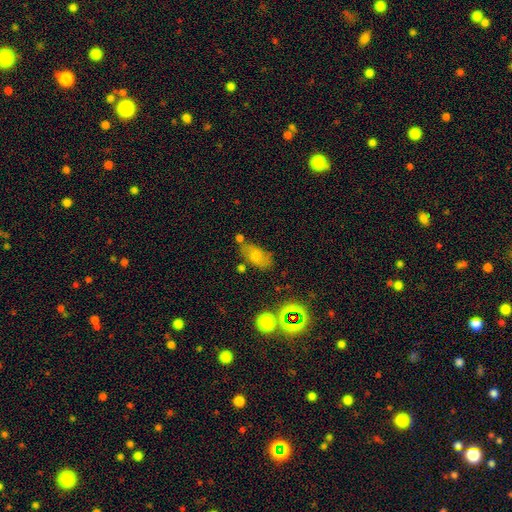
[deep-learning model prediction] Smooth or featured: smooth — 54% (featured or disk — 27%)
How rounded: in between — 83% (round — 12%)
Merging: none — 59% (minor disturbance — 21%)